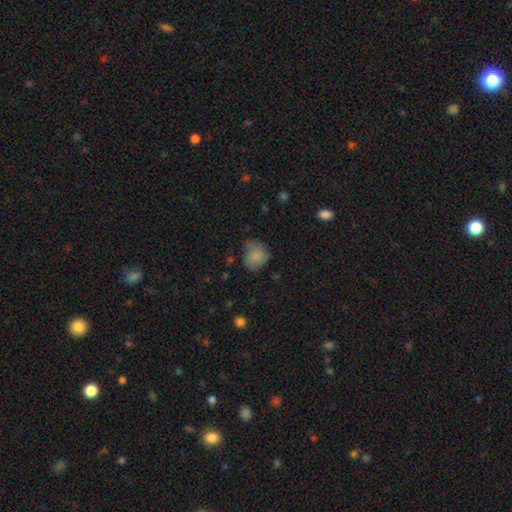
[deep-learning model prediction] Overall: smooth (81%). How rounded: round (71%). Merging: none (57%; minor disturbance 31%).